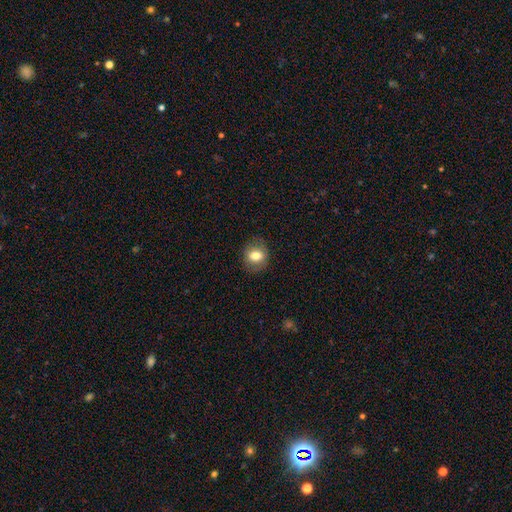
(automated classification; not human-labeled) Smooth or featured?
  - smooth: 75% *
  - featured or disk: 16%
  - star or artifact: 9%
How rounded?
  - round: 64% *
  - in between: 35%
  - cigar-shaped: 1%
Merging?
  - none: 83% *
  - minor disturbance: 12%
  - major disturbance: 4%
  - merger: 1%